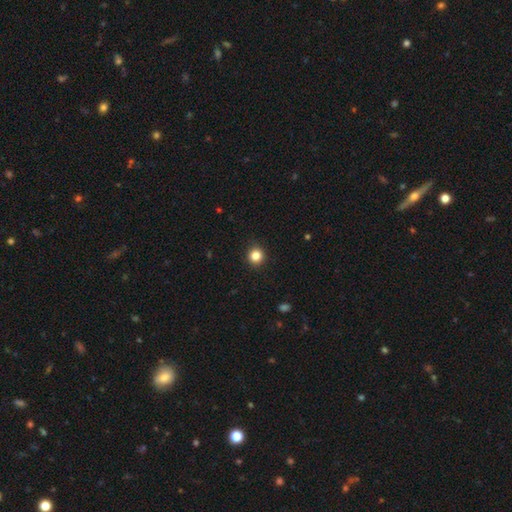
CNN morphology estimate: A smooth galaxy with no disk features (84%) that is round (92%). Merging: none (92%).